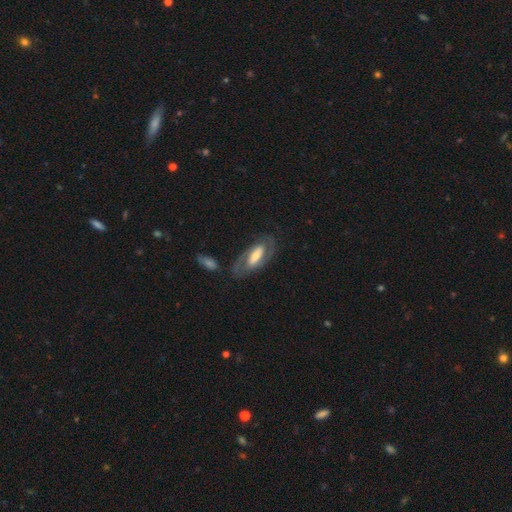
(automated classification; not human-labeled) Smooth or featured? Predicted: featured or disk (p=0.66). Edge-on disk? Predicted: no (p=0.89). Bar? Predicted: strong (p=0.45). Spiral arms? Predicted: yes (p=0.74). Bulge size? Predicted: moderate (p=0.38). Merging? Predicted: none (p=0.71).